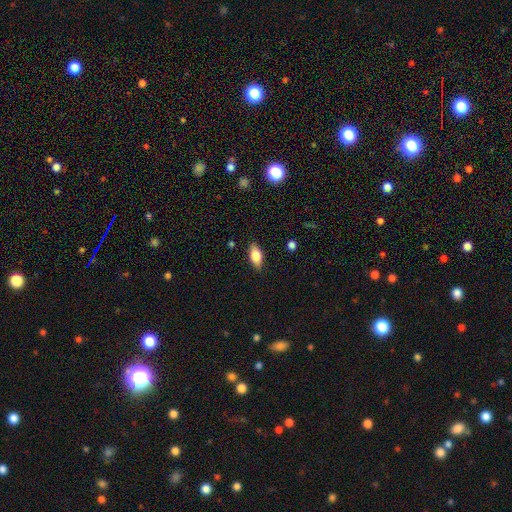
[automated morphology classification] A smooth galaxy with no disk features (73%) that is in between round and cigar-shaped (86%). Merging: none (85%).